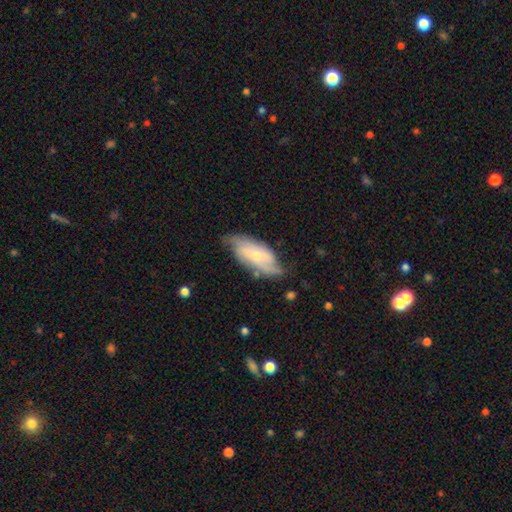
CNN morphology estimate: type=featured or disk (73%); edge-on=no (91%); bar=no (52%); spiral arms=yes (92%); winding=medium (41%); arm count=2 (67%); bulge=small (70%); merging=none (69%).